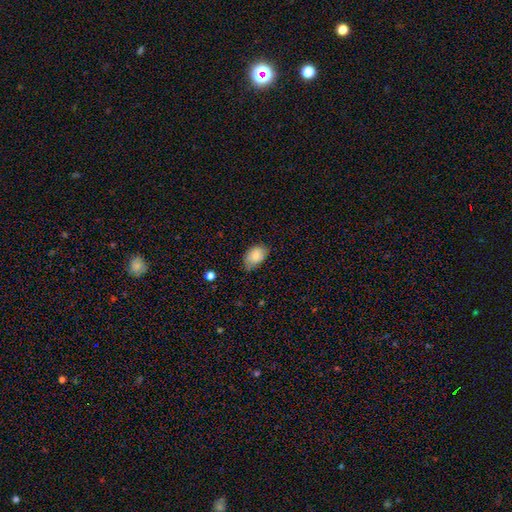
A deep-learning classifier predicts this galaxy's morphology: Smooth or featured? Predicted: smooth (p=0.85). How rounded? Predicted: in between (p=0.88). Merging? Predicted: none (p=0.69).